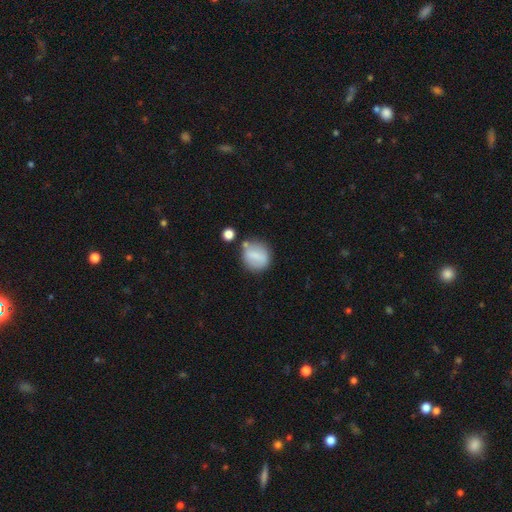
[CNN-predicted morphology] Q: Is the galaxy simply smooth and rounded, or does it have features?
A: smooth — 73%.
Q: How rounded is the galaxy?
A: round — 73%.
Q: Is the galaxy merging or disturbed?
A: none — 69%.